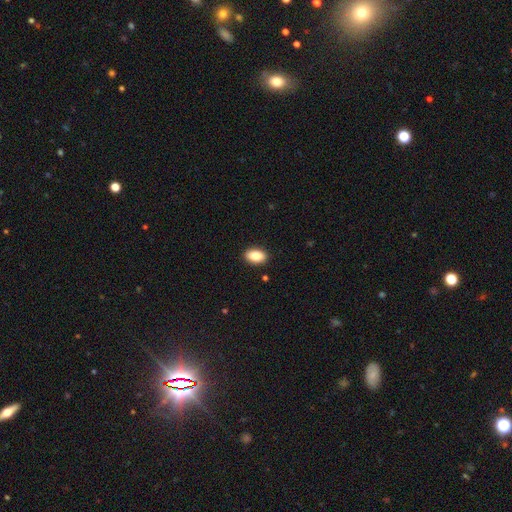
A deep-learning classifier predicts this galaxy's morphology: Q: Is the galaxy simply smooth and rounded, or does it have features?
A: smooth — 86%.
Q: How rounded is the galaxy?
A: in between — 89%.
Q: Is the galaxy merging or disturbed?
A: none — 91%.